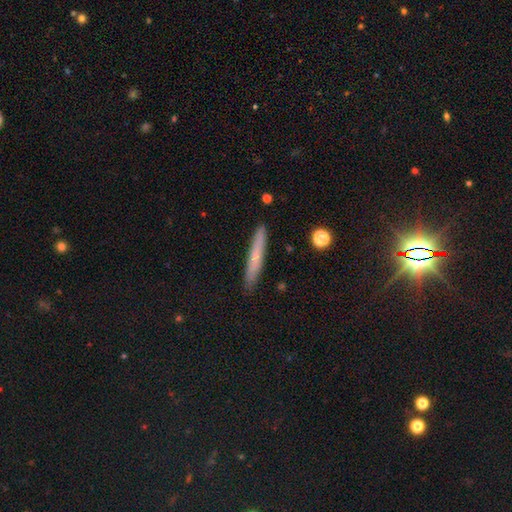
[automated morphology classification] Q: Smooth or featured?
A: smooth (63%); runner-up: featured or disk (30%)
Q: How rounded?
A: cigar-shaped (95%); runner-up: in between (4%)
Q: Merging?
A: none (89%); runner-up: minor disturbance (8%)